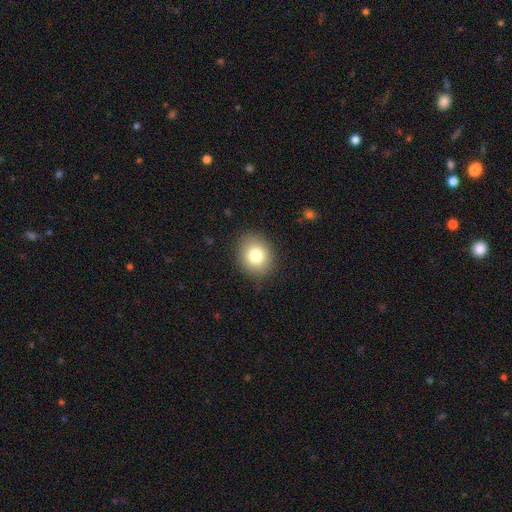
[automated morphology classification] This appears to be a smooth galaxy with no disk features (80%) that is round (64%). Merging: none (88%).